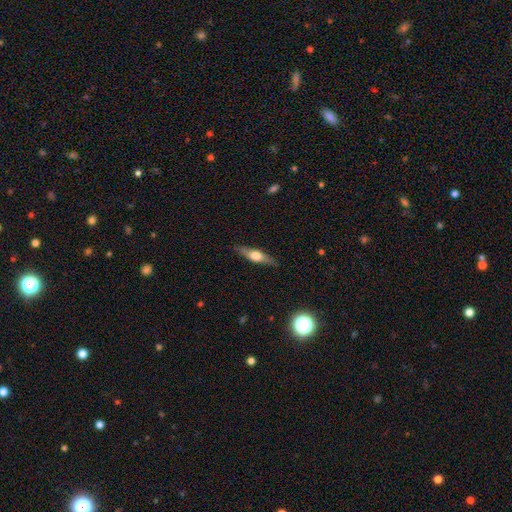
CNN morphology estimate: This appears to be a featured or disk galaxy (56%) viewed edge-on (91%) with a rounded central bulge (89%). Merging: none (84%).